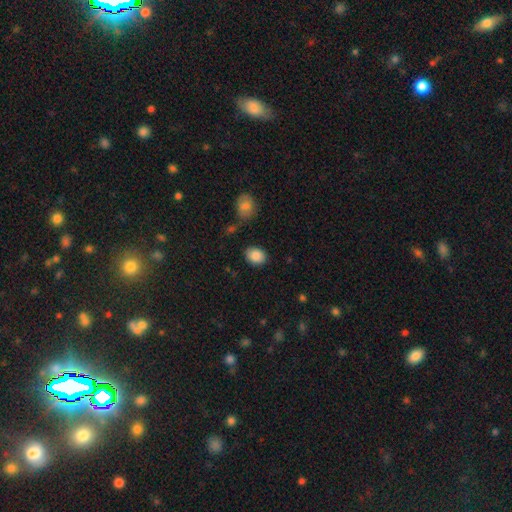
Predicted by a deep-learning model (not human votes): The model was most divided on "how rounded": in between: 64%, round: 35%, cigar-shaped: 1%. More confident: smooth or featured — smooth (87%); merging — none (84%).